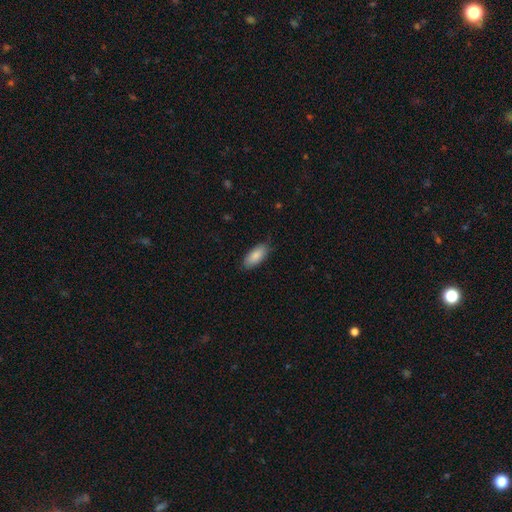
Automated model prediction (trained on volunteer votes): The model was most divided on "merging": none: 82%, minor disturbance: 14%, major disturbance: 3%, merger: 1%. More confident: smooth or featured — smooth (87%); how rounded — in between (86%).